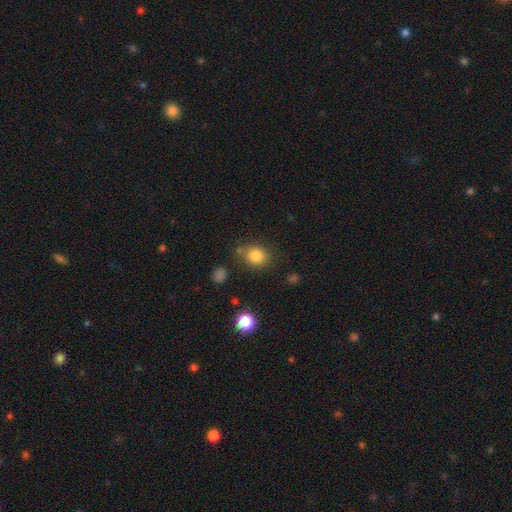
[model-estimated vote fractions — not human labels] The model was most divided on "how rounded": round: 68%, in between: 31%, cigar-shaped: 1%. More confident: smooth or featured — smooth (82%); merging — none (72%).